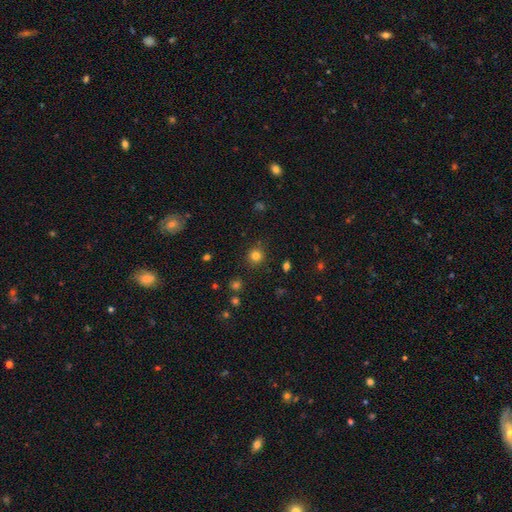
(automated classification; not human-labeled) The model was most divided on "smooth or featured": smooth: 80%, star or artifact: 15%, featured or disk: 6%. More confident: how rounded — round (92%); merging — none (88%).